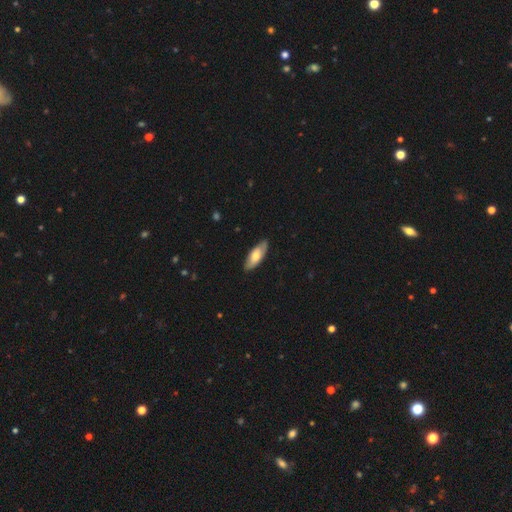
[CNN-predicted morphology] Smooth or featured? smooth (64%)
How rounded? in between (74%)
Merging? none (83%)